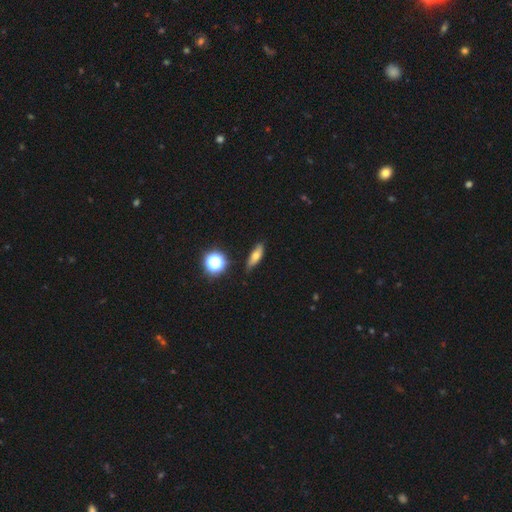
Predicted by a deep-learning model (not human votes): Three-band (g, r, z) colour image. It shows a smooth galaxy with no disk features (63%) that is in between round and cigar-shaped (50%). Merging: none (79%).